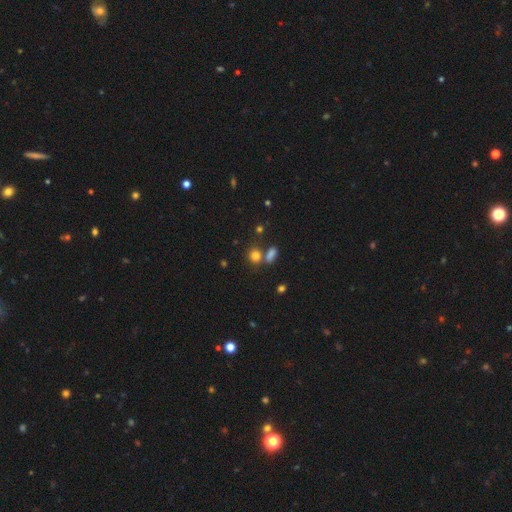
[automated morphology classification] smooth_or_featured: smooth (p=0.79) [alt: star or artifact p=0.14]
how_rounded: round (p=0.67) [alt: in between p=0.31]
merging: none (p=0.60) [alt: merger p=0.25]